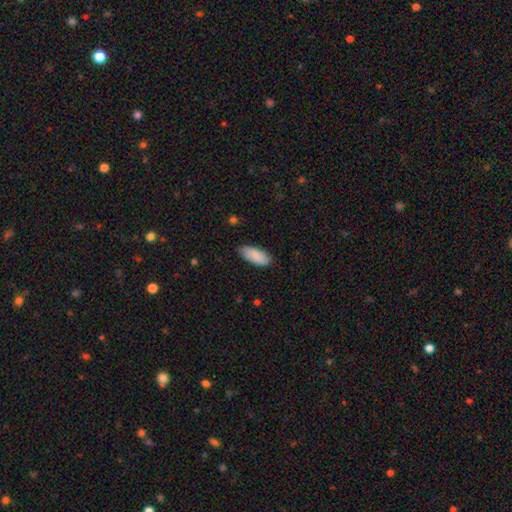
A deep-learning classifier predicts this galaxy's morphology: A smooth galaxy with no disk features (89%) that is in between round and cigar-shaped (88%). Merging: none (84%).